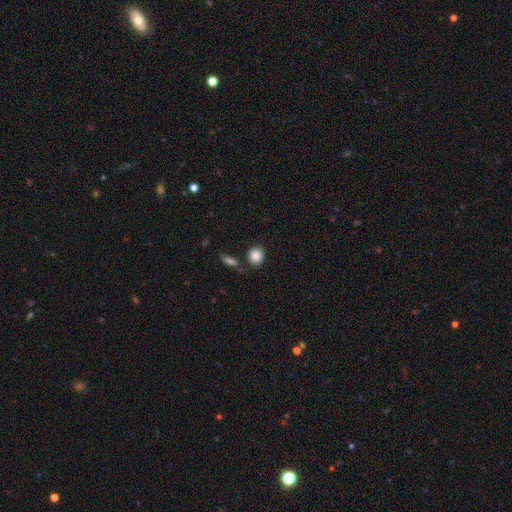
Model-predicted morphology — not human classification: This is clearly a smooth galaxy (87%). How rounded: likely round (80%). Merging: likely none (77%).